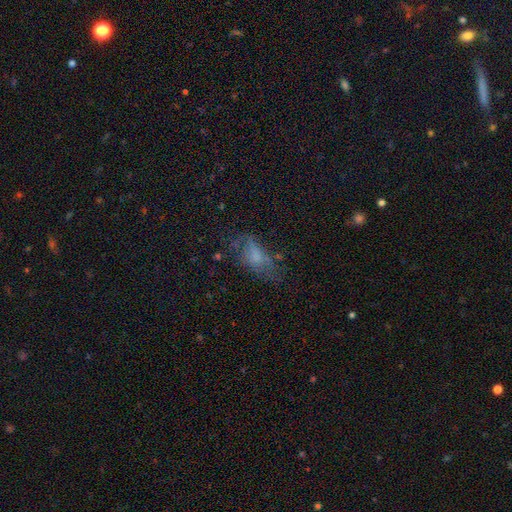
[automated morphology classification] smooth 54%, featured or disk 31%, star or artifact 15%. Down the decision tree: how rounded — in between (81%); merging — none (40%).